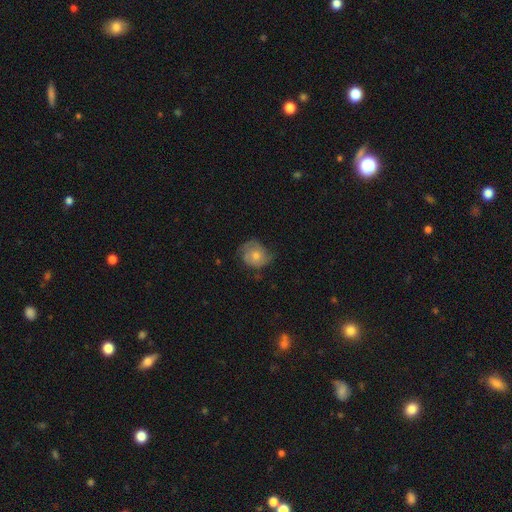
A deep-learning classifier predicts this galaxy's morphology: Smooth or featured?
  - featured or disk: 61% *
  - smooth: 29%
  - star or artifact: 9%
Edge-on disk?
  - no: 97% *
  - yes: 3%
Bar?
  - no: 81% *
  - weak: 16%
  - strong: 3%
Spiral arms?
  - yes: 86% *
  - no: 14%
Spiral winding?
  - tight: 53% *
  - medium: 34%
  - loose: 13%
Spiral arm count?
  - 2: 44% *
  - can't tell: 26%
  - 3: 17%
  - 1: 6%
  - 4: 3%
  - more than 4: 3%
Bulge size?
  - moderate: 54% *
  - small: 40%
  - large: 3%
  - none: 2%
  - dominant: 1%
Merging?
  - none: 65% *
  - minor disturbance: 24%
  - major disturbance: 10%
  - merger: 1%